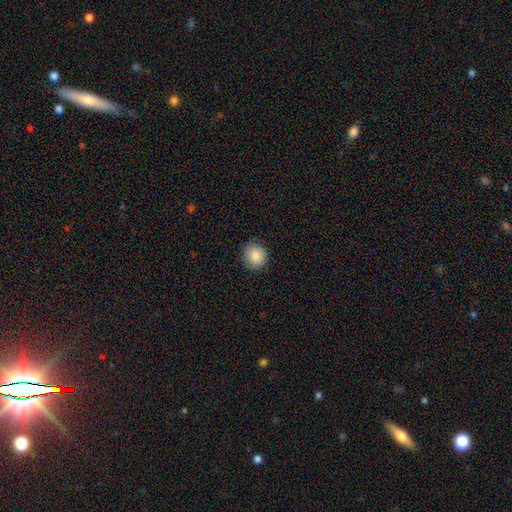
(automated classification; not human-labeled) Q: Smooth or featured?
A: smooth (86%); runner-up: star or artifact (9%)
Q: How rounded?
A: round (89%); runner-up: in between (10%)
Q: Merging?
A: none (89%); runner-up: minor disturbance (8%)